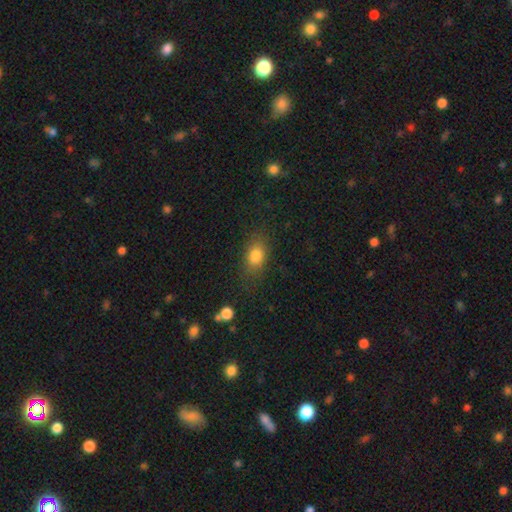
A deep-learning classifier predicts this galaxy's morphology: This appears to be a smooth galaxy with no disk features (81%) that is in between round and cigar-shaped (74%). Merging: none (75%).